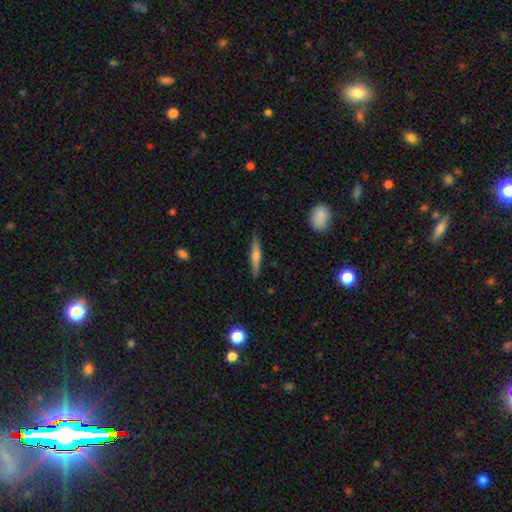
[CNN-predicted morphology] Overall: smooth (49%; featured or disk 45%). Merging: none (89%).